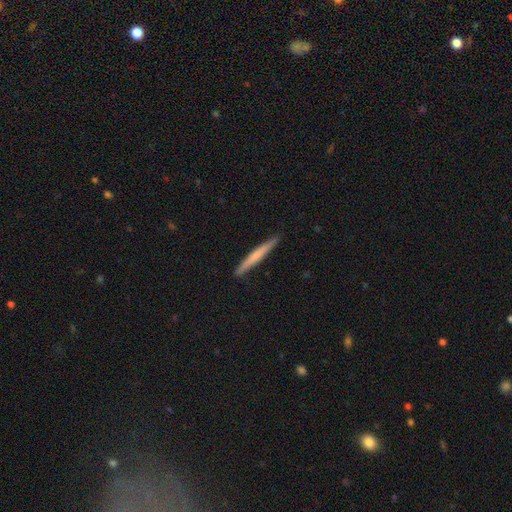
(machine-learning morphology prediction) This appears to be a smooth galaxy with no disk features (58%) that is cigar-shaped (97%). Merging: none (90%).